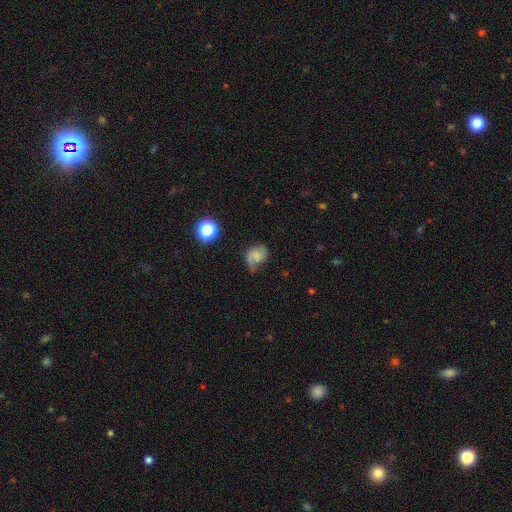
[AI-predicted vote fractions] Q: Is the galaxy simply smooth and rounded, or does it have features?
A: featured or disk — 45%.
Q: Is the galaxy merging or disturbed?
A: none — 42%.